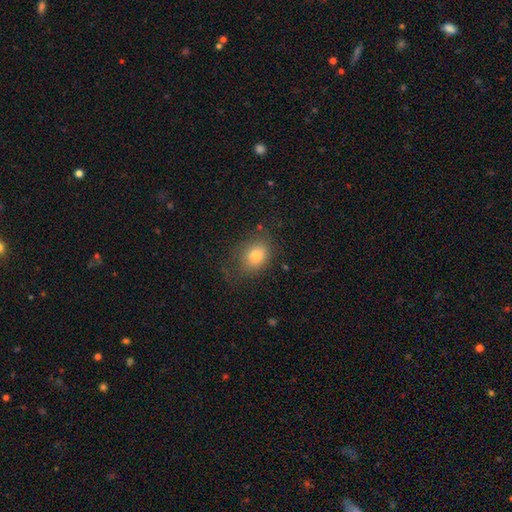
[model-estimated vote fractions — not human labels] smooth-or-featured: smooth: 77% | star or artifact: 12% | featured or disk: 11%
  how-rounded: in between: 51% | round: 48% | cigar-shaped: 1%
  merging: none: 71% | minor disturbance: 18% | major disturbance: 9% | merger: 2%